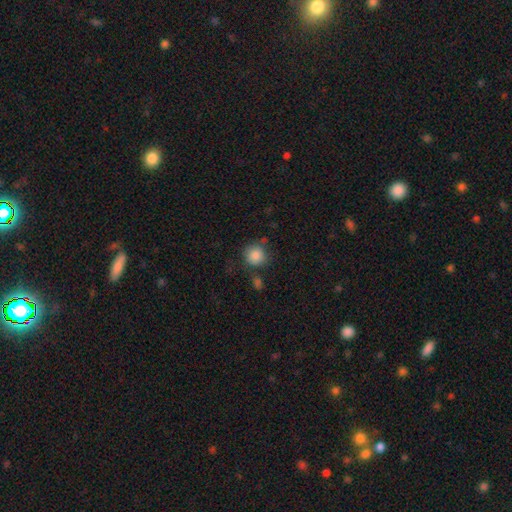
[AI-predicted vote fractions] Overall: smooth (87%). How rounded: round (91%). Merging: none (72%).